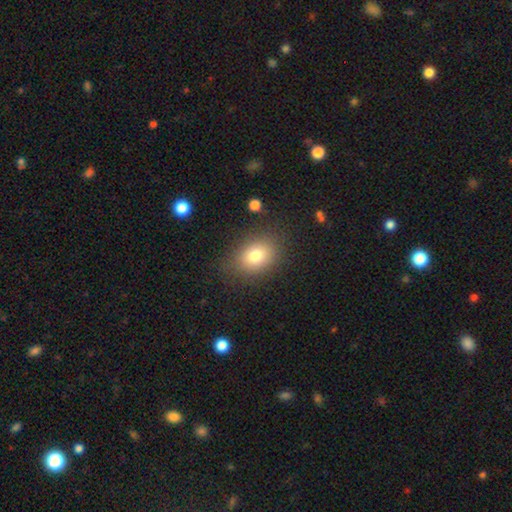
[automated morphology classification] Q: Smooth or featured?
A: smooth (79%); runner-up: featured or disk (11%)
Q: How rounded?
A: in between (70%); runner-up: round (29%)
Q: Merging?
A: none (81%); runner-up: minor disturbance (13%)